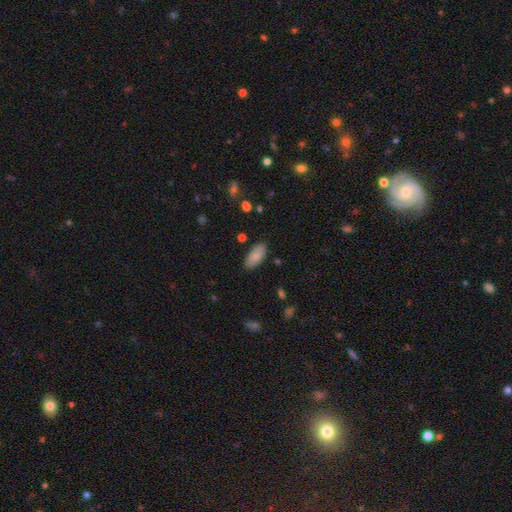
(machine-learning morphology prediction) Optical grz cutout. It shows a smooth galaxy with no disk features (84%) that is in between round and cigar-shaped (88%). Merging: none (85%).